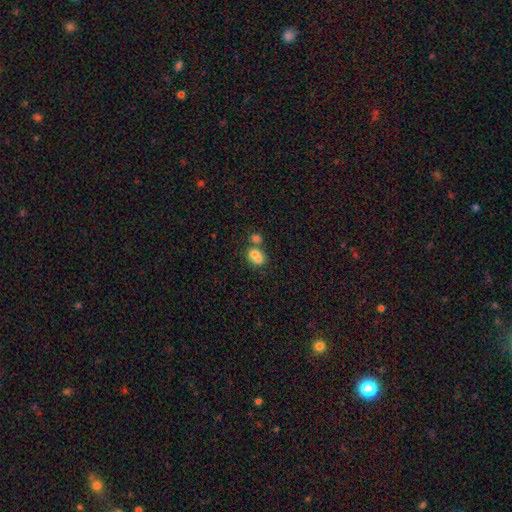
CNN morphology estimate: smooth_or_featured: smooth (p=0.70) [alt: featured or disk p=0.19]
how_rounded: round (p=0.58) [alt: in between p=0.41]
merging: merger (p=0.64) [alt: none p=0.25]